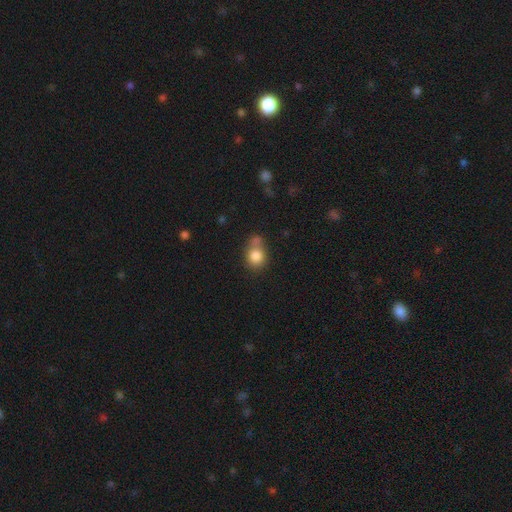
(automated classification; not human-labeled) A smooth galaxy with no disk features (83%) that is round (71%). Merging: none (47%).